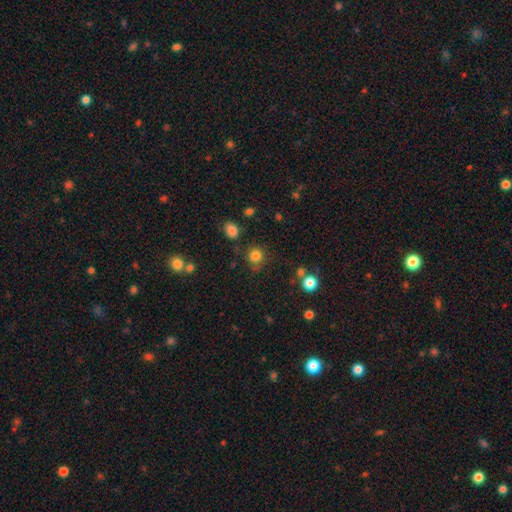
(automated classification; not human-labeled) Overall: smooth (82%). How rounded: round (88%). Merging: none (75%).